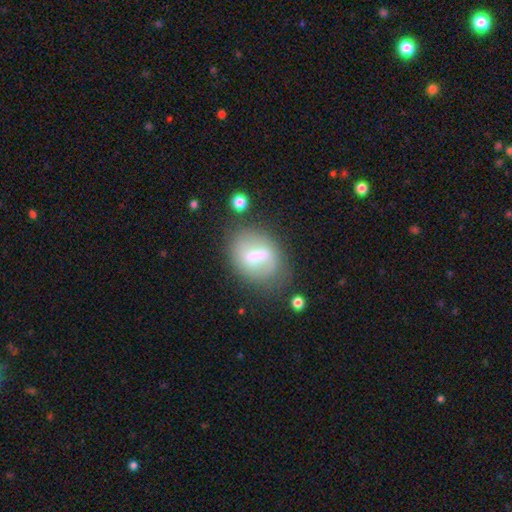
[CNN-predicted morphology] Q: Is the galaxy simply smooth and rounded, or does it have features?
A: smooth — 51%.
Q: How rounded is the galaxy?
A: in between — 60%.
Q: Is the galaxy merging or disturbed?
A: none — 55%.